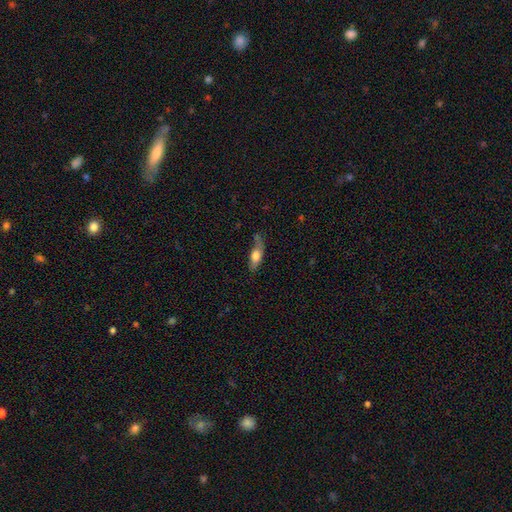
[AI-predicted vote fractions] smooth_or_featured: smooth (p=0.66) [alt: featured or disk p=0.27]
how_rounded: in between (p=0.62) [alt: cigar-shaped p=0.34]
merging: none (p=0.51) [alt: minor disturbance p=0.32]